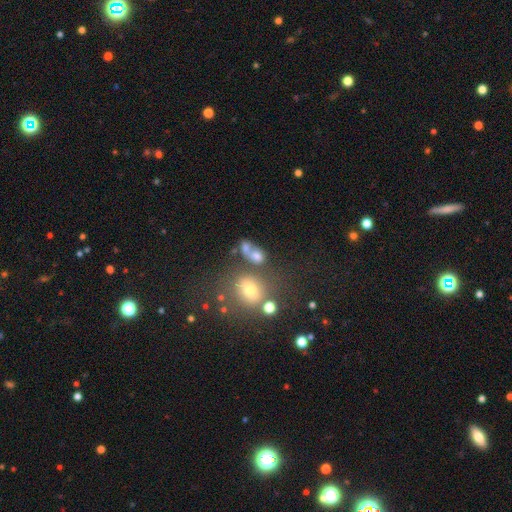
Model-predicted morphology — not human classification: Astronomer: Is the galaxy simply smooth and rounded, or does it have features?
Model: smooth — 66%.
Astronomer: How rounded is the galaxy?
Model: in between — 54% (runner-up: round, 43%).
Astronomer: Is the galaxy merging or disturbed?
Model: merger — 37%, tied with none at 37%.